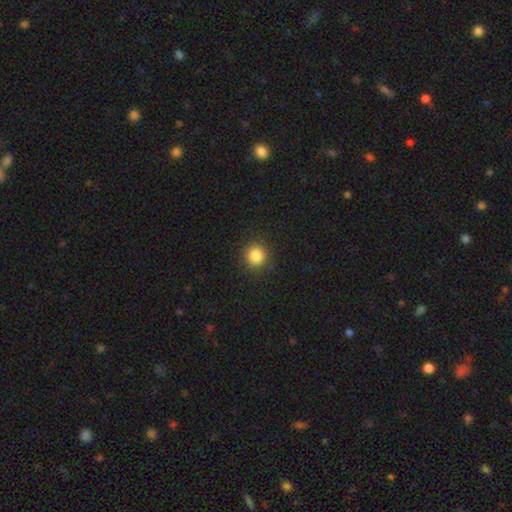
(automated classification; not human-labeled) Smooth or featured?
  - smooth: 85% *
  - star or artifact: 11%
  - featured or disk: 4%
How rounded?
  - round: 91% *
  - in between: 8%
  - cigar-shaped: 1%
Merging?
  - none: 90% *
  - minor disturbance: 6%
  - major disturbance: 2%
  - merger: 1%